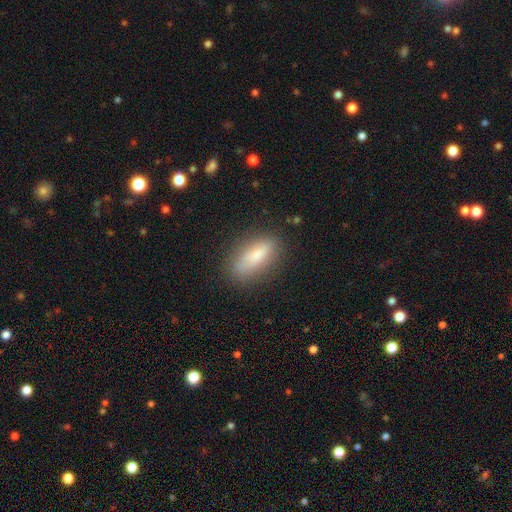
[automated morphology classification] Q: Smooth or featured?
A: smooth (74%); runner-up: featured or disk (19%)
Q: How rounded?
A: in between (61%); runner-up: cigar-shaped (36%)
Q: Merging?
A: none (81%); runner-up: minor disturbance (13%)